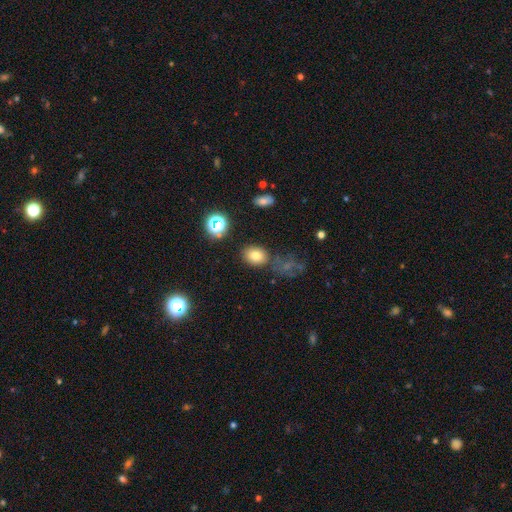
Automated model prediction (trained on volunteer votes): Overall: smooth (76%). How rounded: in between (65%; round 34%). Merging: none (76%).